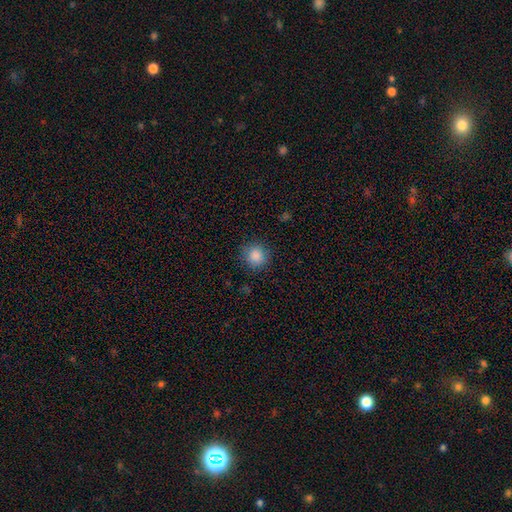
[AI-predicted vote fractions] Smooth or featured? Predicted: smooth (p=0.87). How rounded? Predicted: round (p=0.92). Merging? Predicted: none (p=0.88).